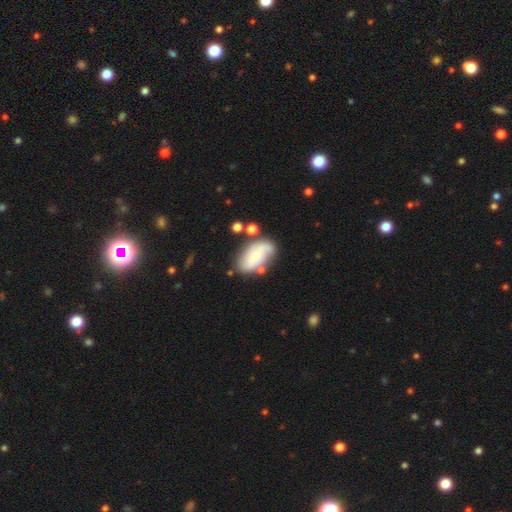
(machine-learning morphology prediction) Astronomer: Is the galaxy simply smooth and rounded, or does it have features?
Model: featured or disk — 49% (runner-up: smooth, 44%).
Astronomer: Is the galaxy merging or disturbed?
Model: none — 60%.